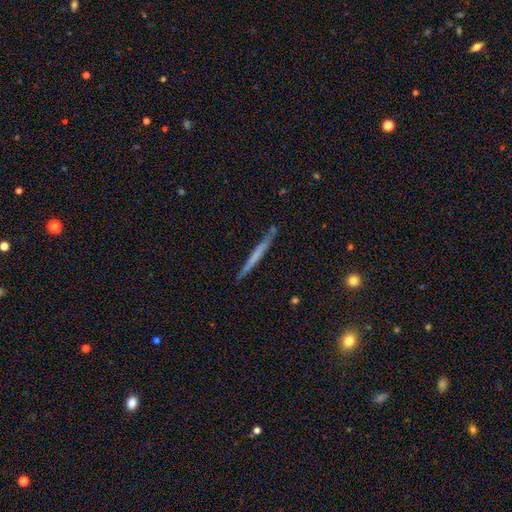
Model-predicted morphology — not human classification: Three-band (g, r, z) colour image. It shows a featured or disk galaxy (49%). Merging: none (88%).